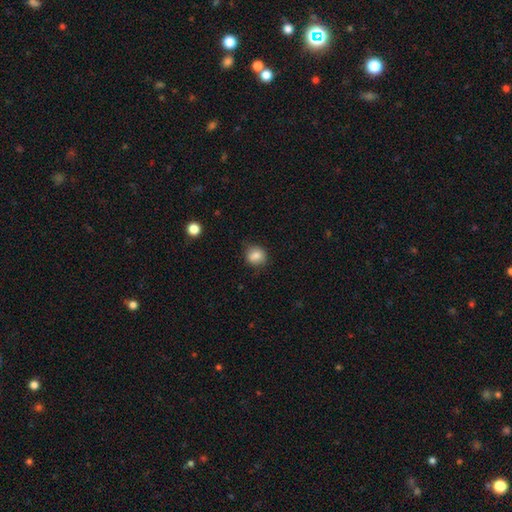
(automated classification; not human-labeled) Smooth or featured? Predicted: smooth (p=0.84). How rounded? Predicted: round (p=0.75). Merging? Predicted: none (p=0.79).